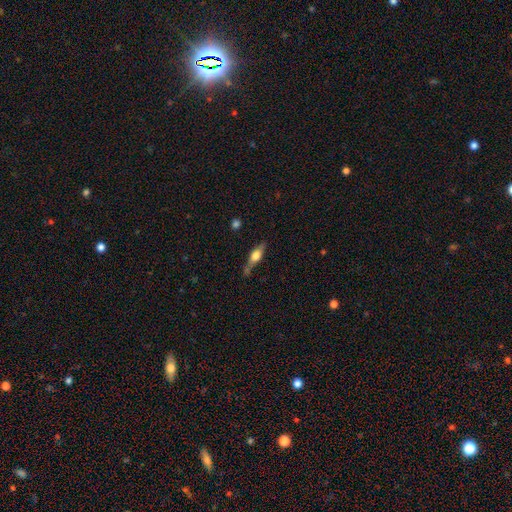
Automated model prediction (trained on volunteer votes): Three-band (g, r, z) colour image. It shows a featured or disk galaxy (49%). Merging: none (63%).